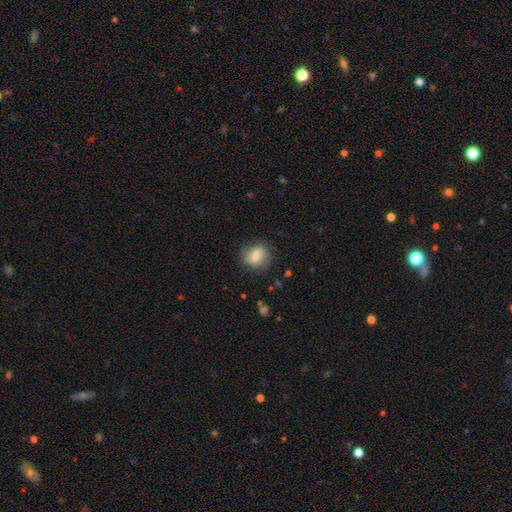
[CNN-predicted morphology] smooth_or_featured: smooth (p=0.72) [alt: featured or disk p=0.20]
how_rounded: round (p=0.75) [alt: in between p=0.24]
merging: none (p=0.76) [alt: minor disturbance p=0.17]